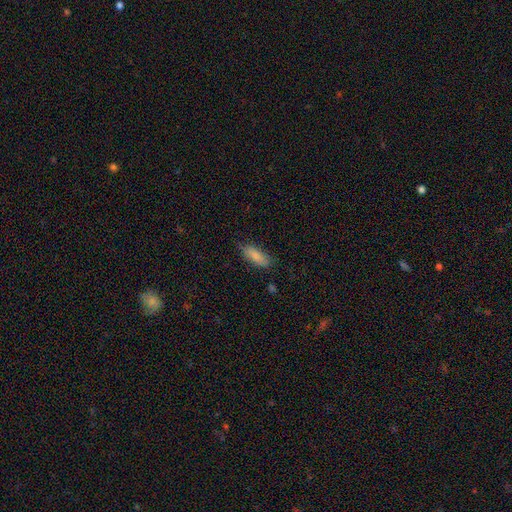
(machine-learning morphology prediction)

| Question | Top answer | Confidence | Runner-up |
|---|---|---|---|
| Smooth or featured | smooth | 85% | featured or disk (9%) |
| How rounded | in between | 70% | cigar-shaped (28%) |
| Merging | none | 78% | minor disturbance (17%) |